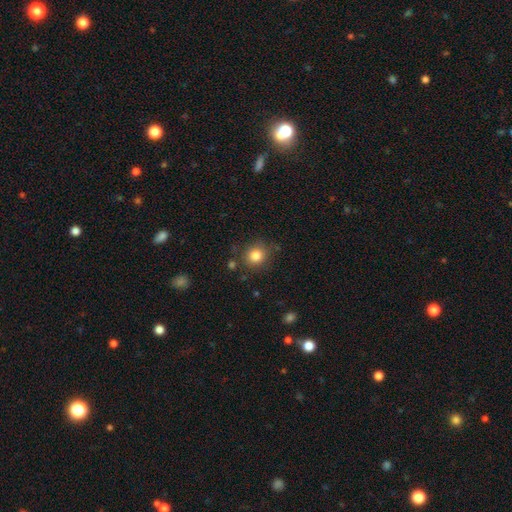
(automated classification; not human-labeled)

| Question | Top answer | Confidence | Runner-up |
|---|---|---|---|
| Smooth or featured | smooth | 83% | star or artifact (11%) |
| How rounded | round | 87% | in between (12%) |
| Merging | none | 83% | minor disturbance (10%) |